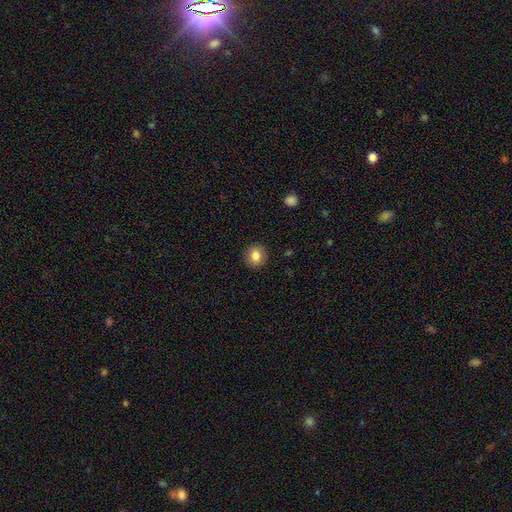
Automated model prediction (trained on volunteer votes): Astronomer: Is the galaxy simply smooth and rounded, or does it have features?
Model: smooth — 84%.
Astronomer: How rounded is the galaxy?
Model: round — 83%.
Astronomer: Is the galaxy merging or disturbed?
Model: none — 91%.